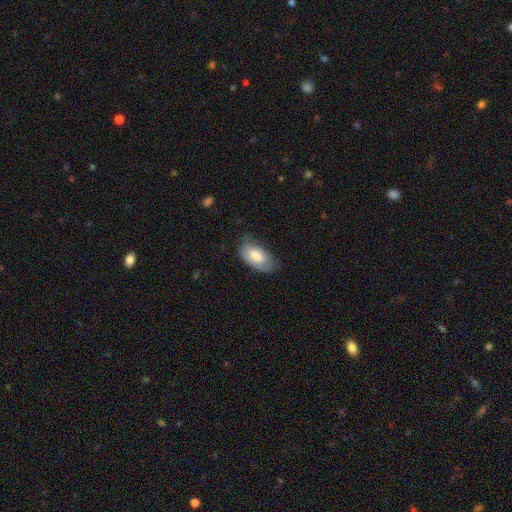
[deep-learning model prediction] smooth-or-featured: smooth: 67% | featured or disk: 27% | star or artifact: 6%
  how-rounded: in between: 94% | round: 3% | cigar-shaped: 2%
  merging: none: 61% | minor disturbance: 29% | major disturbance: 8% | merger: 1%